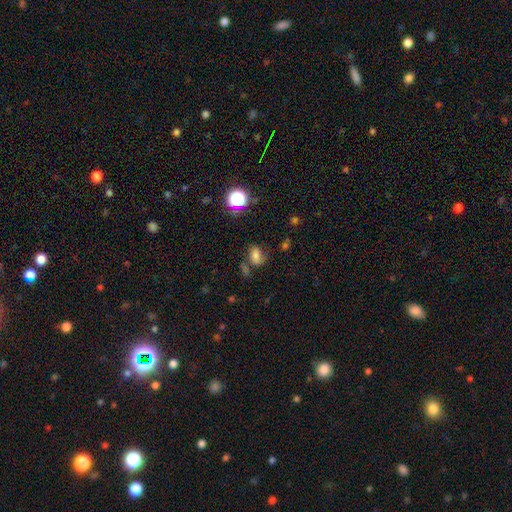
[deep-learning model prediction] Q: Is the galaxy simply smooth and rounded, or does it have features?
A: smooth — 64%.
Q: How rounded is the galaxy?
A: in between — 74%.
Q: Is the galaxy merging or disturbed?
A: none — 58%.